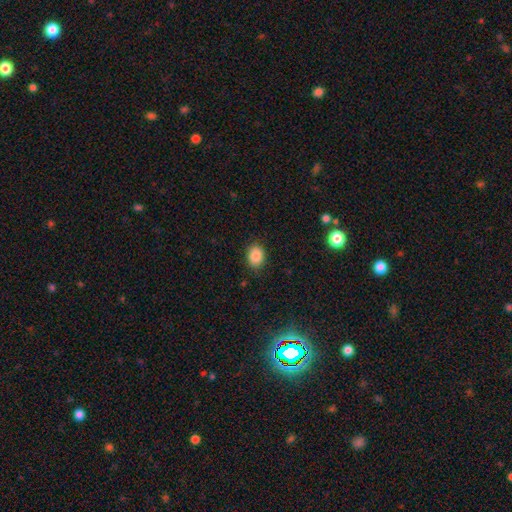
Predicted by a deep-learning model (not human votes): smooth-or-featured: smooth: 87% | star or artifact: 9% | featured or disk: 4%
  how-rounded: in between: 65% | round: 34% | cigar-shaped: 1%
  merging: none: 87% | minor disturbance: 10% | major disturbance: 3% | merger: 1%